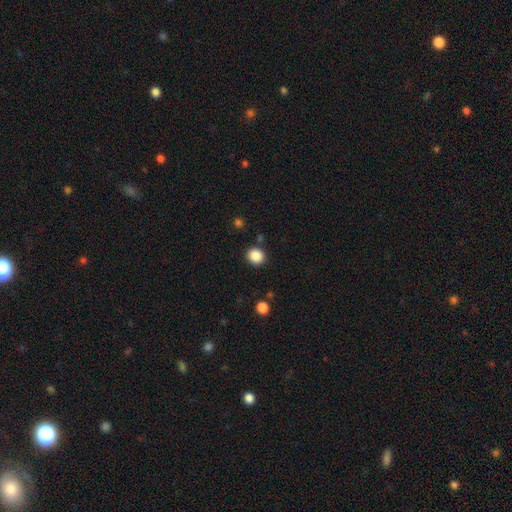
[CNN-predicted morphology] Smooth or featured: smooth — 87% (star or artifact — 10%)
How rounded: round — 84% (in between — 15%)
Merging: none — 88% (minor disturbance — 7%)